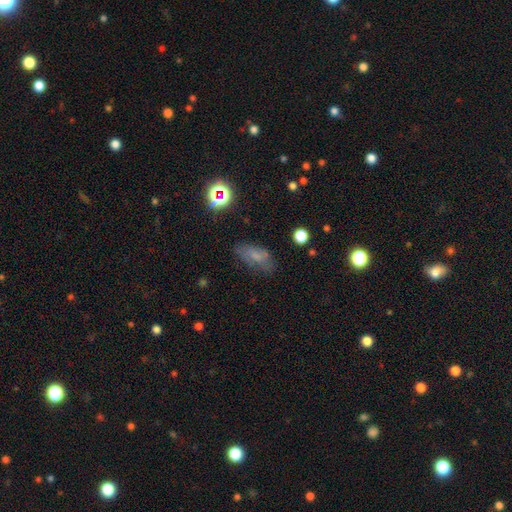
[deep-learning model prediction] smooth_or_featured: smooth (p=0.59) [alt: featured or disk p=0.25]
how_rounded: in between (p=0.86) [alt: cigar-shaped p=0.08]
merging: none (p=0.63) [alt: minor disturbance p=0.24]